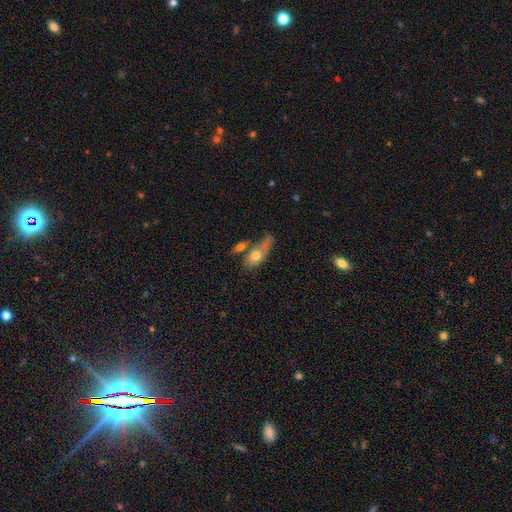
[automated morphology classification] This appears to be a smooth galaxy with no disk features (67%) that is in between round and cigar-shaped (73%). Merging: merger (35%).